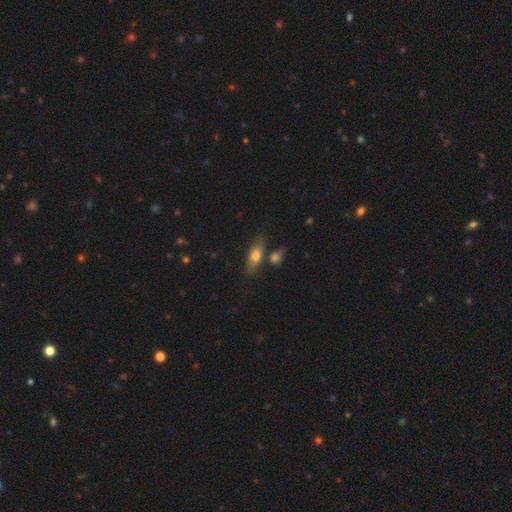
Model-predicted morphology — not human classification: Smooth or featured?
  - smooth: 72% *
  - featured or disk: 21%
  - star or artifact: 7%
How rounded?
  - in between: 72% *
  - cigar-shaped: 23%
  - round: 6%
Merging?
  - none: 66% *
  - minor disturbance: 15%
  - merger: 14%
  - major disturbance: 4%